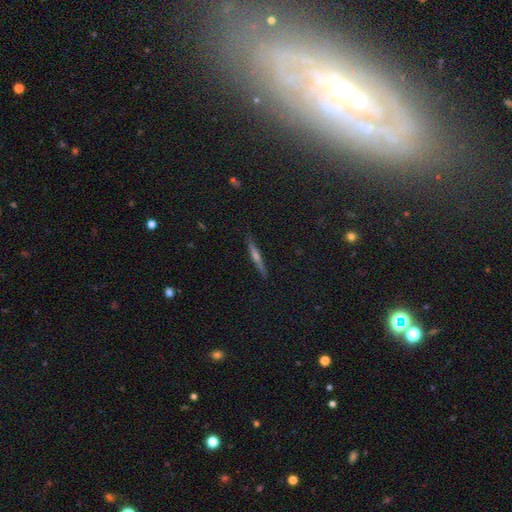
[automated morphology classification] Q: Smooth or featured?
A: featured or disk (61%); runner-up: smooth (28%)
Q: Edge-on disk?
A: yes (97%); runner-up: no (3%)
Q: Edge-on bulge?
A: rounded (69%); runner-up: none (21%)
Q: Merging?
A: none (89%); runner-up: minor disturbance (8%)